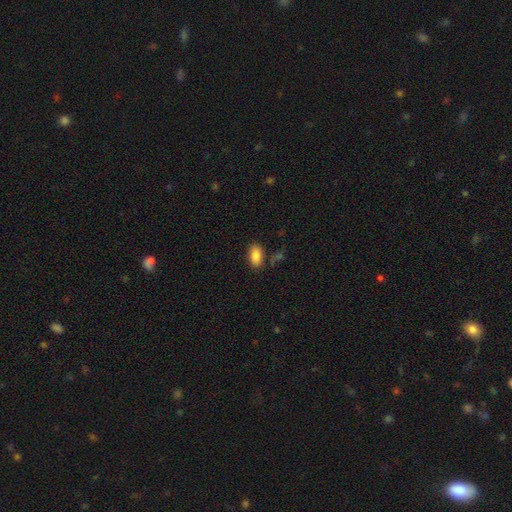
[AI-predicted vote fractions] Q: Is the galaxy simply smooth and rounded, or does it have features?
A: smooth — 86%.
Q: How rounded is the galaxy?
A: in between — 92%.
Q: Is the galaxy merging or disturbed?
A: none — 80%.